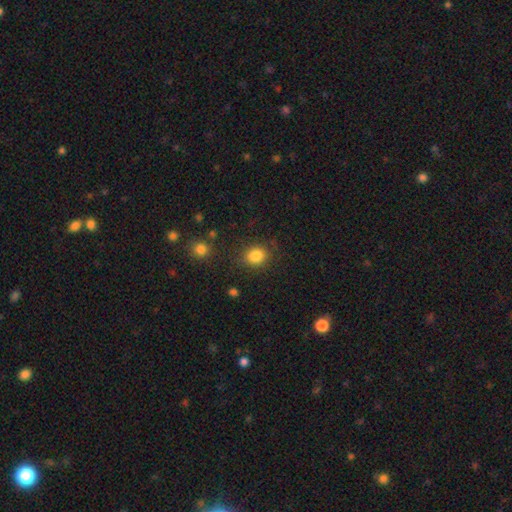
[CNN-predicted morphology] smooth-or-featured: smooth: 84% | star or artifact: 11% | featured or disk: 5%
  how-rounded: round: 72% | in between: 27% | cigar-shaped: 1%
  merging: none: 81% | minor disturbance: 11% | major disturbance: 4% | merger: 3%